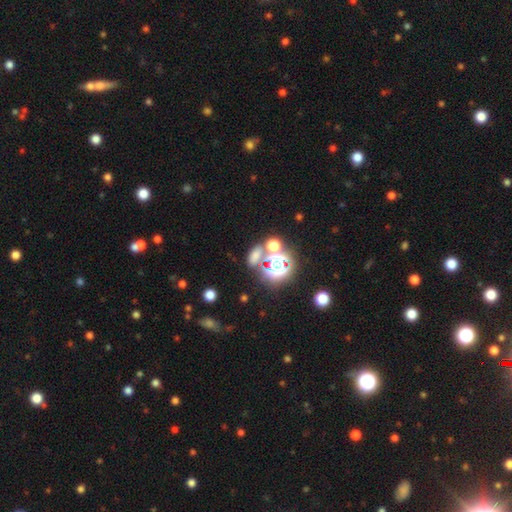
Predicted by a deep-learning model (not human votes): smooth_or_featured: smooth (p=0.54) [alt: star or artifact p=0.36]
how_rounded: in between (p=0.54) [alt: round p=0.42]
merging: none (p=0.56) [alt: merger p=0.27]